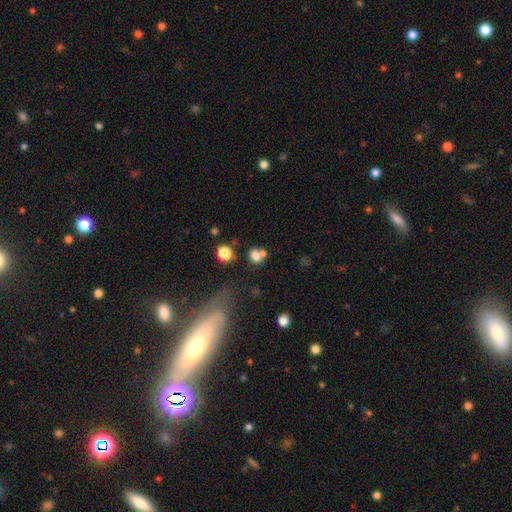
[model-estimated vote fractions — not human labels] Smooth or featured?
  - smooth: 75% *
  - star or artifact: 14%
  - featured or disk: 12%
How rounded?
  - round: 62% *
  - in between: 37%
  - cigar-shaped: 1%
Merging?
  - none: 42% * (tied)
  - merger: 42% * (tied)
  - minor disturbance: 11%
  - major disturbance: 6%